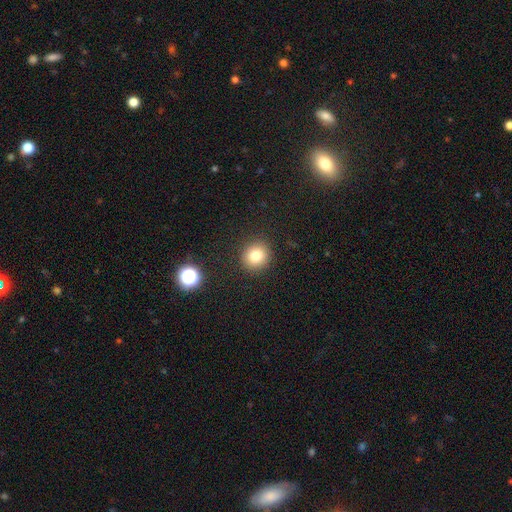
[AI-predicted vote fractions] A smooth galaxy with no disk features (80%) that is round (89%).

Vote fractions:
- Smooth or featured? smooth: 80% / star or artifact: 12% / featured or disk: 8%
- How rounded? round: 89% / in between: 10% / cigar-shaped: 1%
- Merging? none: 90% / minor disturbance: 6% / major disturbance: 2% / merger: 1%